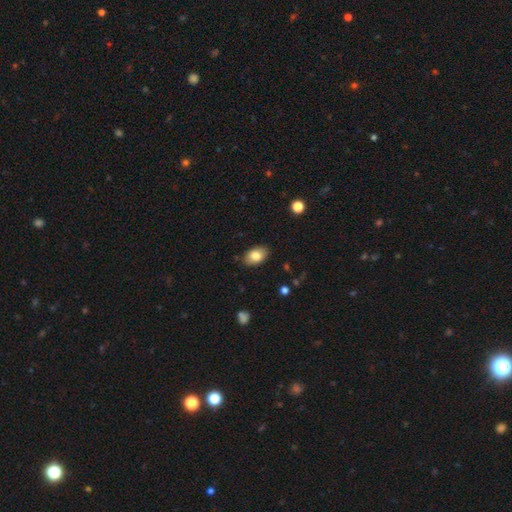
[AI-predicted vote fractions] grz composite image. It shows a smooth galaxy with no disk features (82%) that is in between round and cigar-shaped (88%). Merging: none (86%).